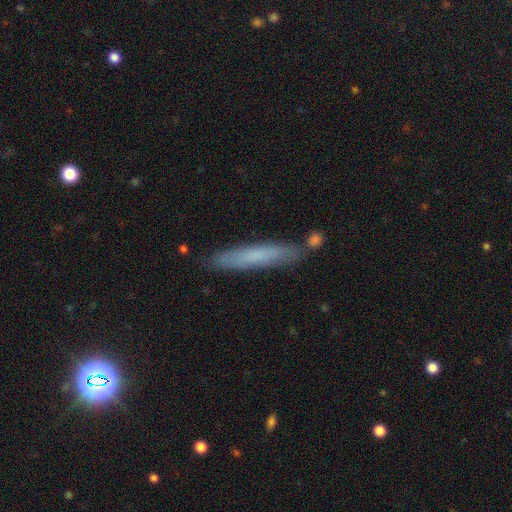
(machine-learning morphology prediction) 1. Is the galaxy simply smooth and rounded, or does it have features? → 65% smooth, 28% featured or disk, 7% star or artifact.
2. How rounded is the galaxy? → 93% cigar-shaped, 6% in between, 1% round.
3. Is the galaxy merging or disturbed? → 80% none, 12% minor disturbance, 6% merger, 2% major disturbance.